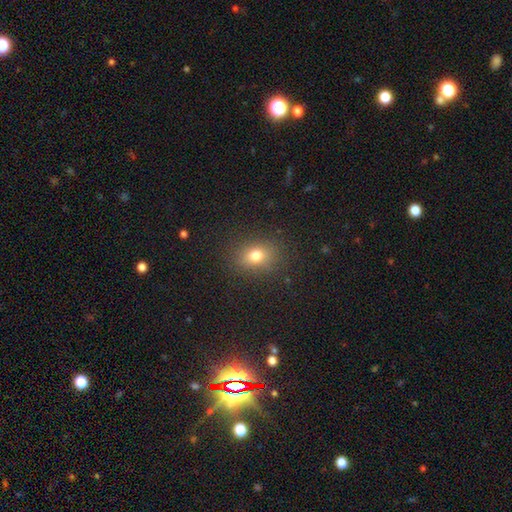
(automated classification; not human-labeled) smooth 76%, star or artifact 15%, featured or disk 9%. Down the decision tree: how rounded — in between (52%); merging — none (85%).